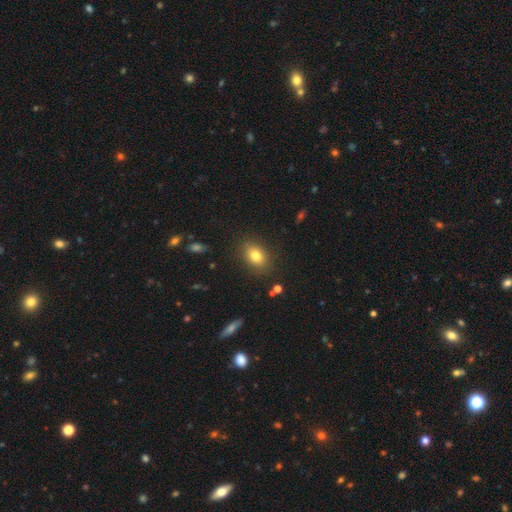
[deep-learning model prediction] This appears to be a smooth galaxy with no disk features (80%) that is in between round and cigar-shaped (74%). Merging: none (85%).